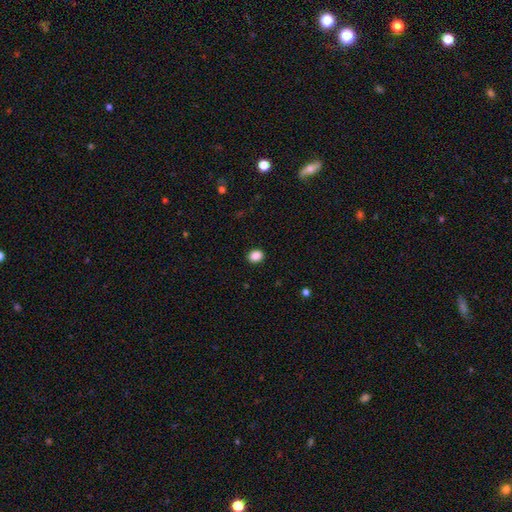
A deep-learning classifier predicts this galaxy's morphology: smooth-or-featured: smooth: 88% | star or artifact: 9% | featured or disk: 2%
  how-rounded: round: 51% | in between: 48% | cigar-shaped: 1%
  merging: none: 90% | minor disturbance: 7% | major disturbance: 2% | merger: 1%